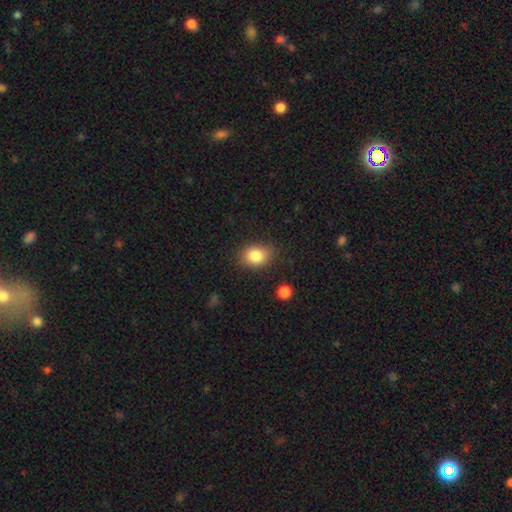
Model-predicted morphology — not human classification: The model was most divided on "how rounded": in between: 59%, round: 40%, cigar-shaped: 1%. More confident: smooth or featured — smooth (84%); merging — none (80%).